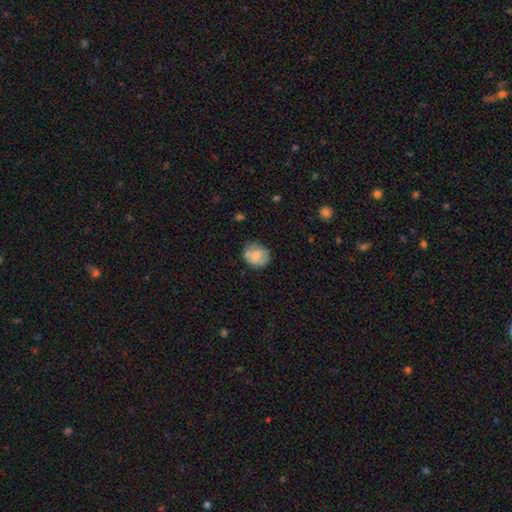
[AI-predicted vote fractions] Morphology: type=smooth (70%); roundness=round (72%); merging=none (63%).